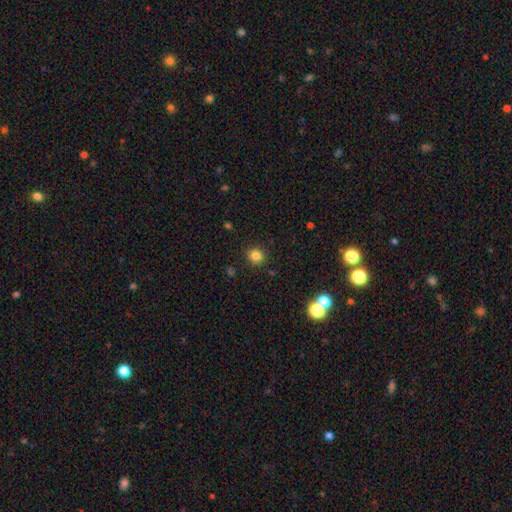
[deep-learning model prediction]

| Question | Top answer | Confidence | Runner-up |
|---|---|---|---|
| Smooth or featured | smooth | 83% | star or artifact (13%) |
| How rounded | round | 90% | in between (9%) |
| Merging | none | 91% | minor disturbance (6%) |